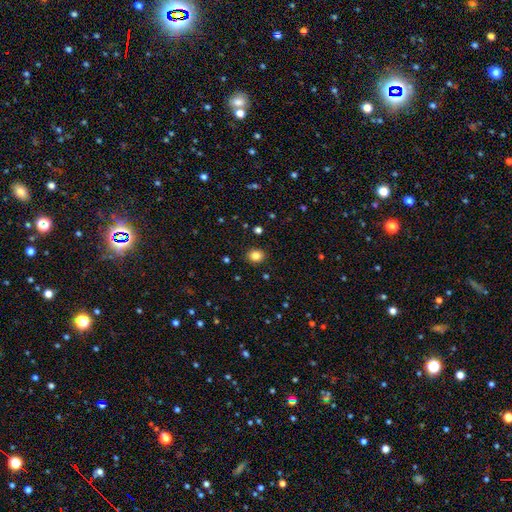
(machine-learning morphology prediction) type=smooth (84%); roundness=round (70%); merging=none (89%).